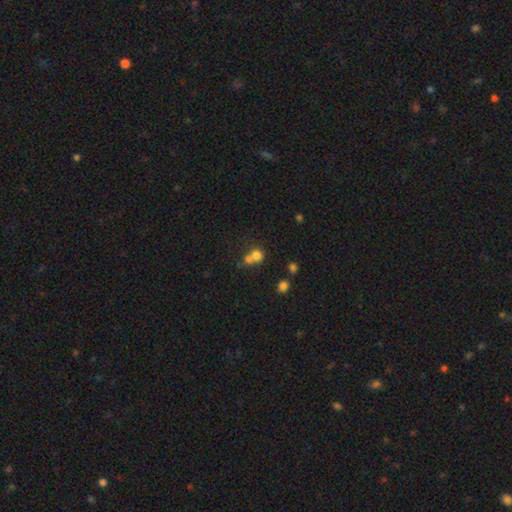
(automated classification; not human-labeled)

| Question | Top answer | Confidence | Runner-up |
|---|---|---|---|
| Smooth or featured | smooth | 73% | star or artifact (15%) |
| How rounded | round | 77% | in between (21%) |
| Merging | merger | 55% | none (33%) |